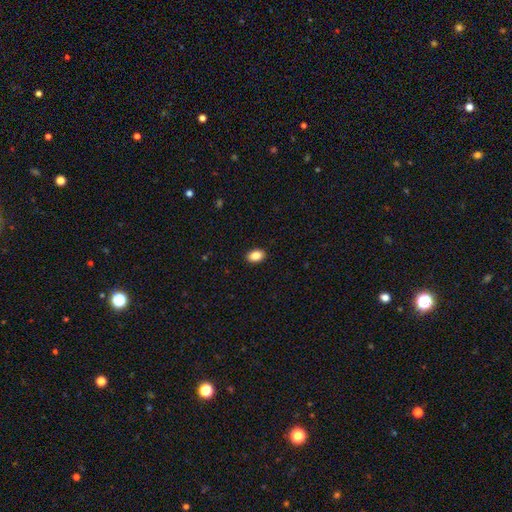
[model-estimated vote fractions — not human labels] Smooth or featured? smooth (87%)
How rounded? in between (83%)
Merging? none (91%)